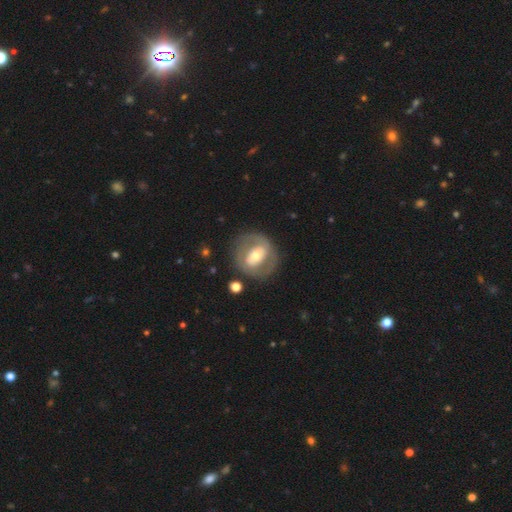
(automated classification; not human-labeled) Smooth or featured? featured or disk (61%)
Edge-on disk? no (94%)
Bar? no (38%)
Spiral arms? no (65%)
Bulge size? moderate (61%)
Merging? none (75%)